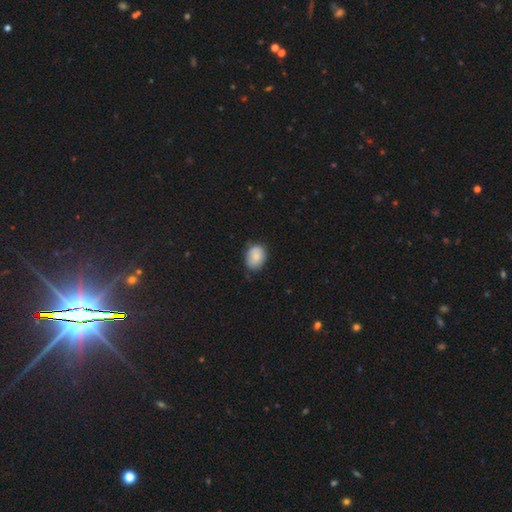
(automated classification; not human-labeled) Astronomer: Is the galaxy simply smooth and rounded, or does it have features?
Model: smooth — 83%.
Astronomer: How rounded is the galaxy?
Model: in between — 62%.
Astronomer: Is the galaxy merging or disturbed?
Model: none — 67%.